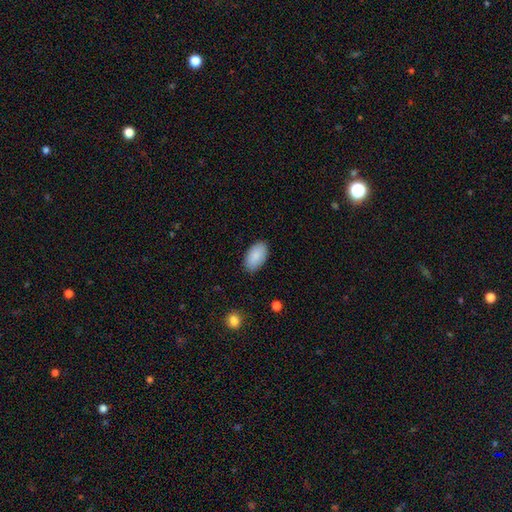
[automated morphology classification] This is clearly a smooth galaxy (90%). How rounded: clearly in between (95%). Merging: clearly none (87%).